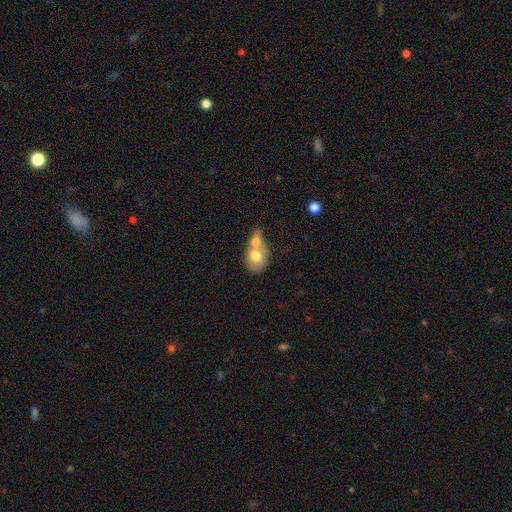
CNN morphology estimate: smooth 70%, featured or disk 23%, star or artifact 7%. Down the decision tree: how rounded — in between (51%); merging — merger (73%).